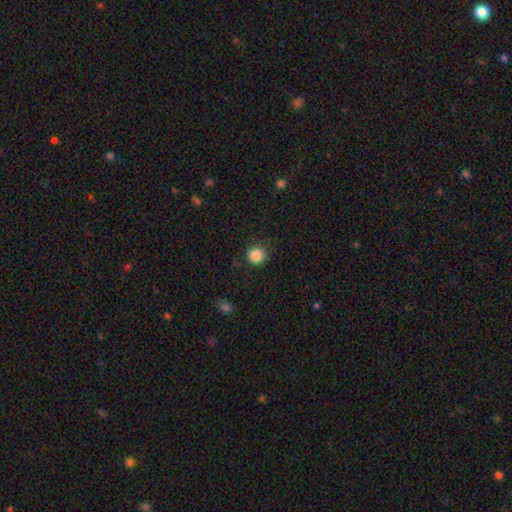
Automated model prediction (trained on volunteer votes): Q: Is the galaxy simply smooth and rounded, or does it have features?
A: smooth — 86%.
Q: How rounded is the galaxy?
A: round — 93%.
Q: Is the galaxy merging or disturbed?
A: none — 84%.